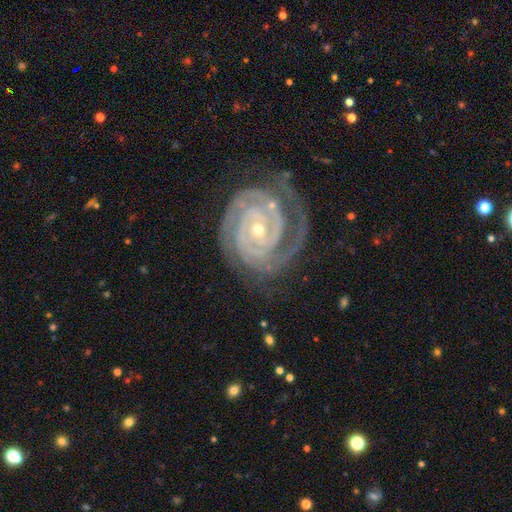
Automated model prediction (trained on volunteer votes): Smooth or featured: featured or disk — 91% (star or artifact — 6%)
Edge-on disk: no — 97% (yes — 3%)
Bar: no — 51% (weak — 27%)
Spiral arms: yes — 99% (no — 1%)
Spiral winding: tight — 85% (medium — 13%)
Spiral arm count: 2 — 51% (3 — 20%)
Bulge size: small — 71% (moderate — 26%)
Merging: none — 74% (minor disturbance — 17%)